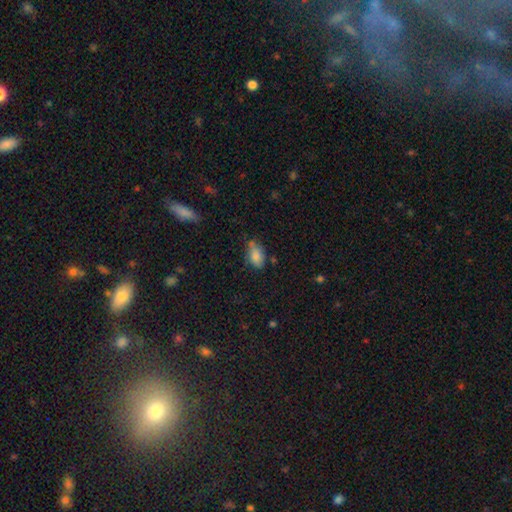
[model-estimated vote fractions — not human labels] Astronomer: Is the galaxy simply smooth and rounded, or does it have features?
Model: smooth — 83%.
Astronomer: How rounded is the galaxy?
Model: in between — 91%.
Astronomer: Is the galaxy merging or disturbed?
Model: none — 57%.